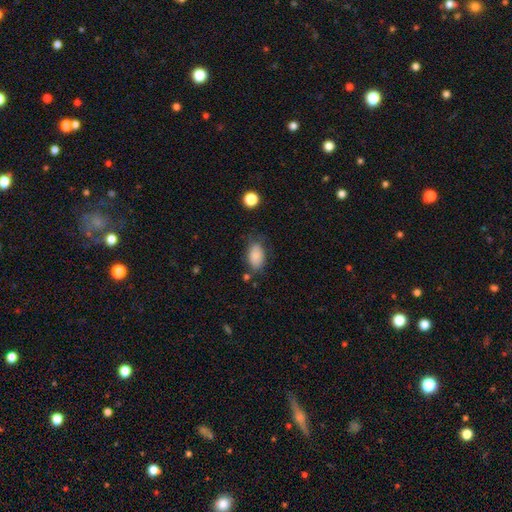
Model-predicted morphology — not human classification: Overall: smooth (86%). How rounded: in between (90%). Merging: none (67%).